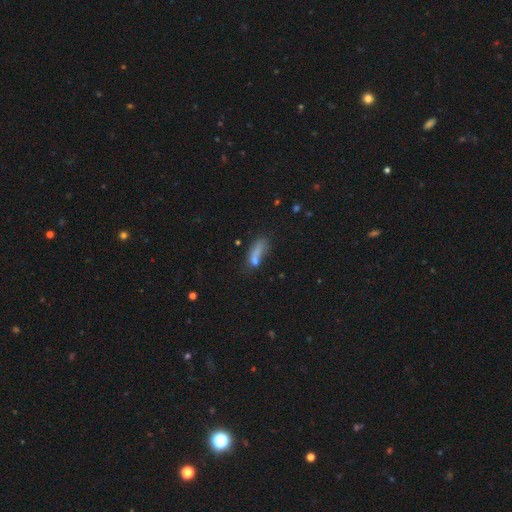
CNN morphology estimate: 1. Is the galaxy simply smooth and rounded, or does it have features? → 68% smooth, 19% featured or disk, 13% star or artifact.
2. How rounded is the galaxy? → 57% in between, 39% cigar-shaped, 5% round.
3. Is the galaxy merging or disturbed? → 34% none, 23% merger, 22% major disturbance, 22% minor disturbance.